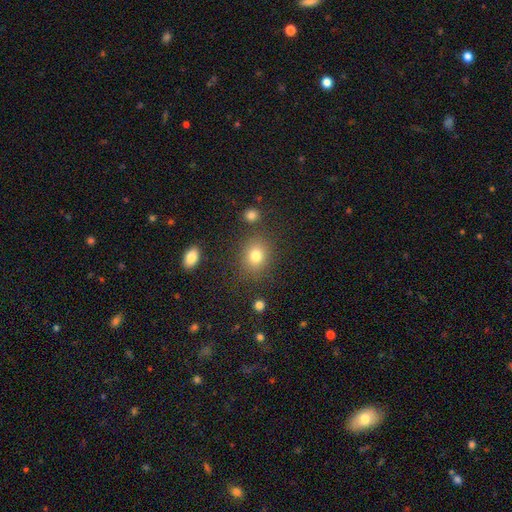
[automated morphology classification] Overall: smooth (80%). How rounded: round (65%; in between 34%). Merging: none (82%).